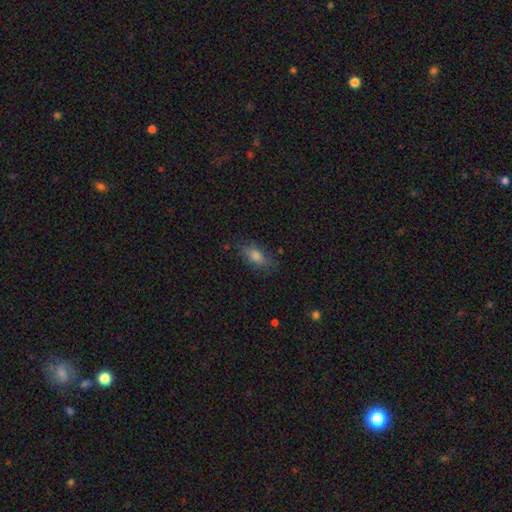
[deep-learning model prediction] Morphology: type=smooth (76%); roundness=in between (81%); merging=none (80%).